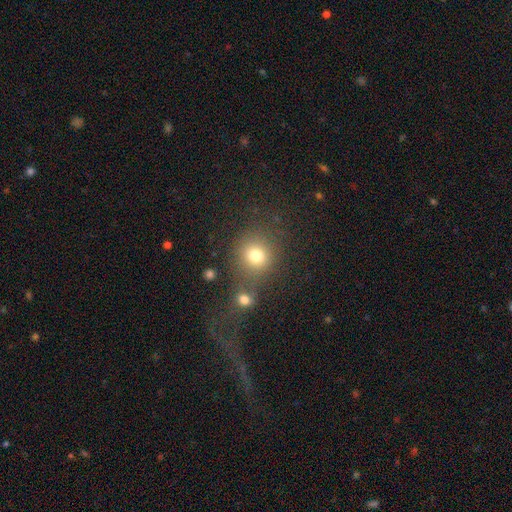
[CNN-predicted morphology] Smooth or featured: smooth — 77% (star or artifact — 15%)
How rounded: round — 85% (in between — 14%)
Merging: none — 65% (merger — 20%)